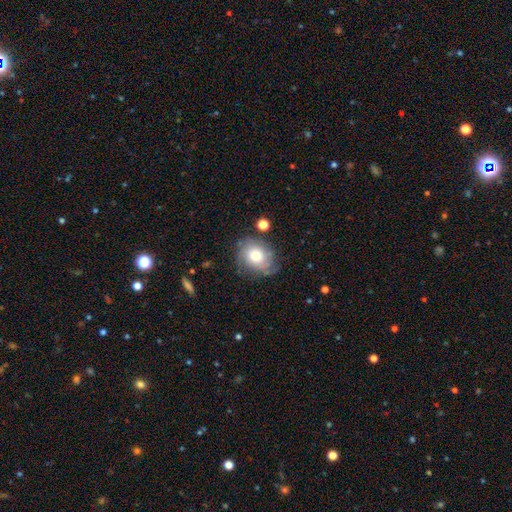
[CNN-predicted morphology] The model was most divided on "how rounded": round: 51%, in between: 48%, cigar-shaped: 1%. More confident: merging — none (68%); smooth or featured — smooth (58%).